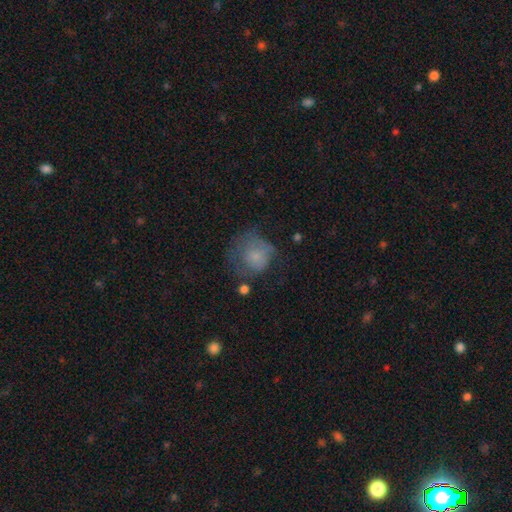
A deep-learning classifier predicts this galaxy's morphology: smooth_or_featured: smooth (p=0.65) [alt: featured or disk p=0.24]
how_rounded: round (p=0.77) [alt: in between p=0.22]
merging: none (p=0.37) [alt: major disturbance p=0.31]